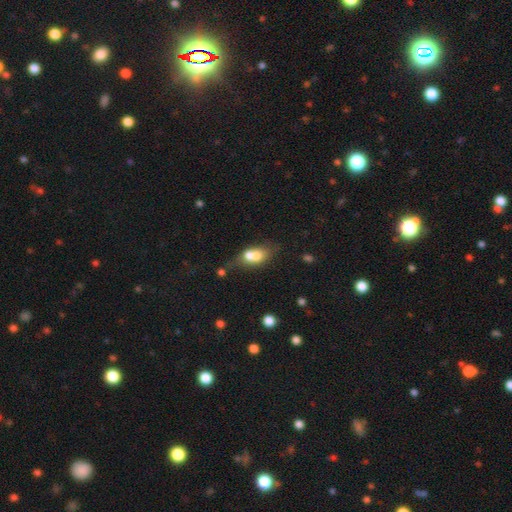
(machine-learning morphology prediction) smooth_or_featured: smooth (p=0.65) [alt: featured or disk p=0.26]
how_rounded: in between (p=0.69) [alt: round p=0.24]
merging: merger (p=0.57) [alt: none p=0.25]